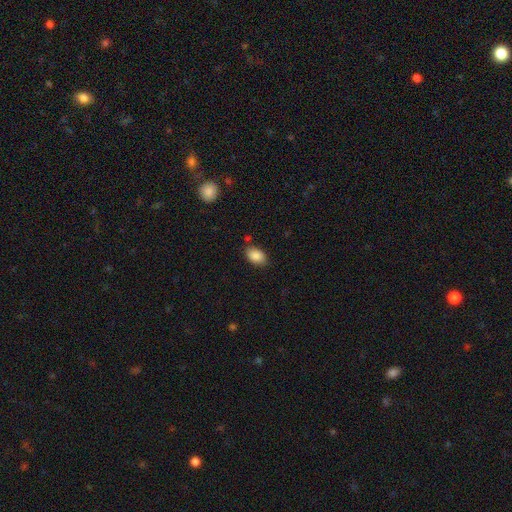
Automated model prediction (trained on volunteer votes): smooth 88%, star or artifact 8%, featured or disk 4%. Down the decision tree: how rounded — in between (86%); merging — none (79%).